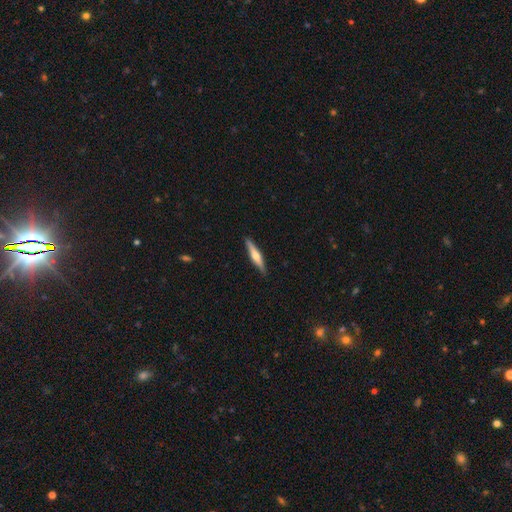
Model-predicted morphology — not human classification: smooth_or_featured: featured or disk (p=0.60) [alt: smooth p=0.35]
disk_edge_on: yes (p=0.97) [alt: no p=0.03]
edge_on_bulge: rounded (p=0.89) [alt: boxy p=0.06]
merging: none (p=0.90) [alt: minor disturbance p=0.07]